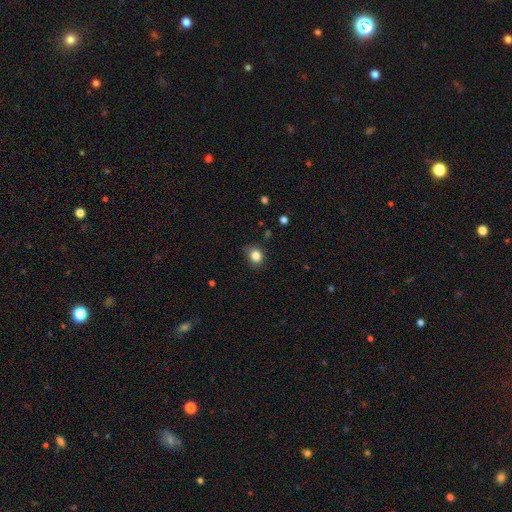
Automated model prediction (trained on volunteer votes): The model was most divided on "how rounded": round: 64%, in between: 35%, cigar-shaped: 1%. More confident: smooth or featured — smooth (84%); merging — none (78%).